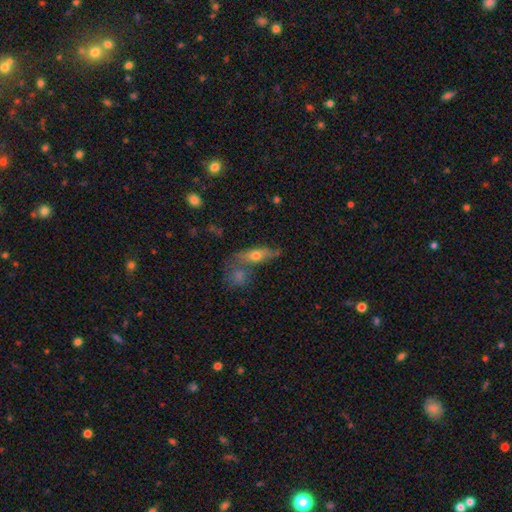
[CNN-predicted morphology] Overall: smooth (59%; featured or disk 32%). How rounded: in between (50%; cigar-shaped 43%). Merging: none (47%; merger 30%).